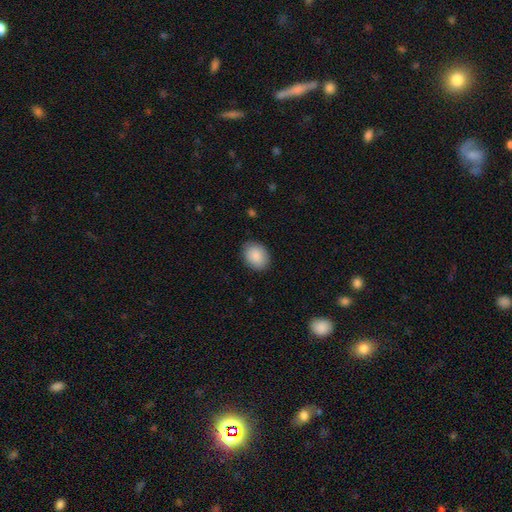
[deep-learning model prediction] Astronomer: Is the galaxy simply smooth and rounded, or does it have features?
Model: smooth — 89%.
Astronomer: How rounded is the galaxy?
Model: in between — 68%.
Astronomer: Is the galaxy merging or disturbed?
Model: none — 86%.